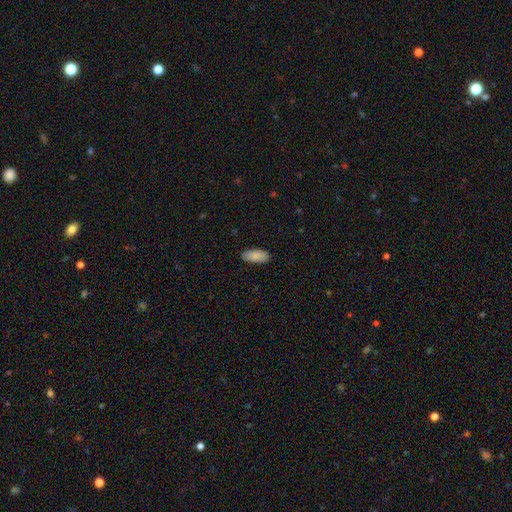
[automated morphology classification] The model was most divided on "merging": none: 86%, minor disturbance: 11%, major disturbance: 2%, merger: 1%. More confident: how rounded — in between (89%); smooth or featured — smooth (87%).